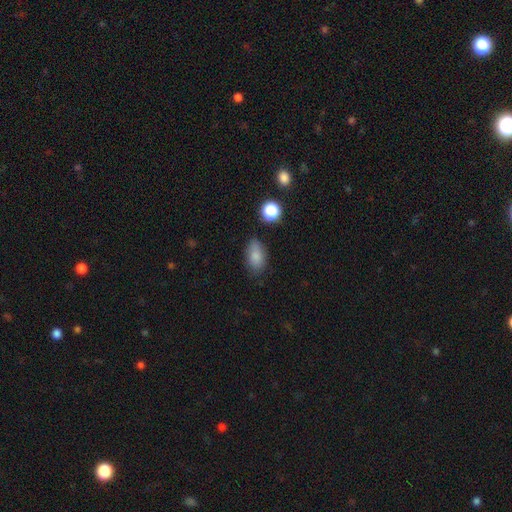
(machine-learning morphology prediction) A smooth galaxy with no disk features (83%) that is in between round and cigar-shaped (88%). Merging: none (74%).